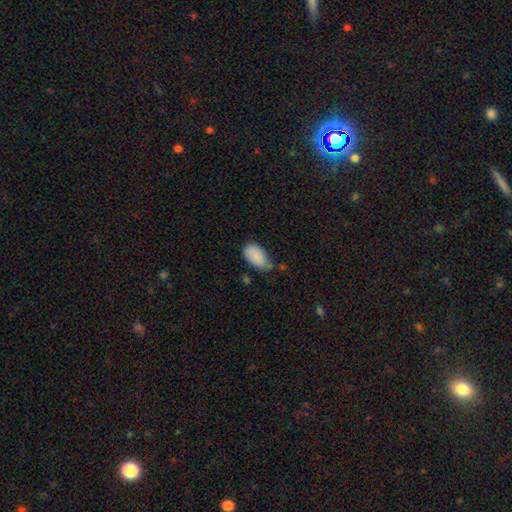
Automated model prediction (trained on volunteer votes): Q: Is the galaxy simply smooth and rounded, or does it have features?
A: smooth — 87%.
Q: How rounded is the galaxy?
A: in between — 93%.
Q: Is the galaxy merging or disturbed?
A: none — 45%.